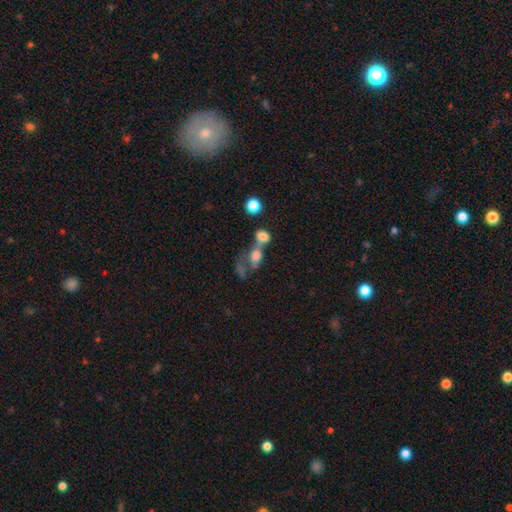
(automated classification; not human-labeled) Smooth or featured?
  - smooth: 64% *
  - featured or disk: 22%
  - star or artifact: 13%
How rounded?
  - in between: 71% *
  - round: 24%
  - cigar-shaped: 5%
Merging?
  - merger: 63% *
  - none: 16%
  - major disturbance: 13%
  - minor disturbance: 8%